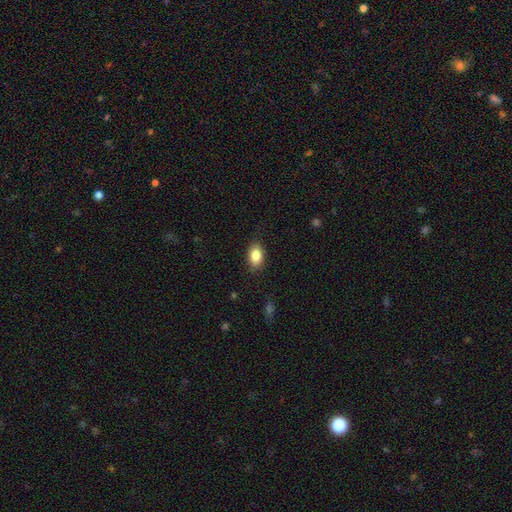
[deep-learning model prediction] This is clearly a smooth galaxy (86%). How rounded: clearly in between (89%). Merging: clearly none (85%).